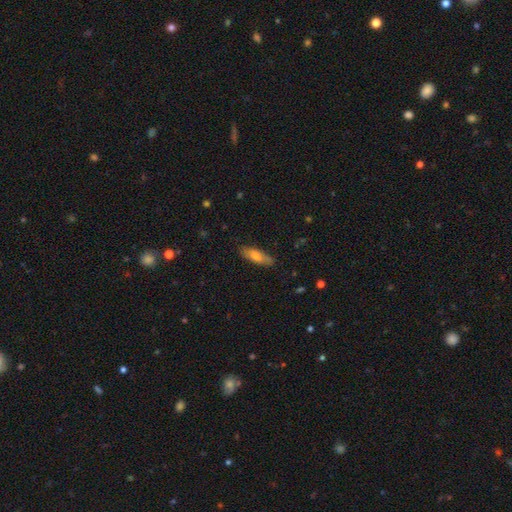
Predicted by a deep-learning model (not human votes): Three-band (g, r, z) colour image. It shows a smooth galaxy with no disk features (68%) that is in between round and cigar-shaped (59%). Merging: none (78%).